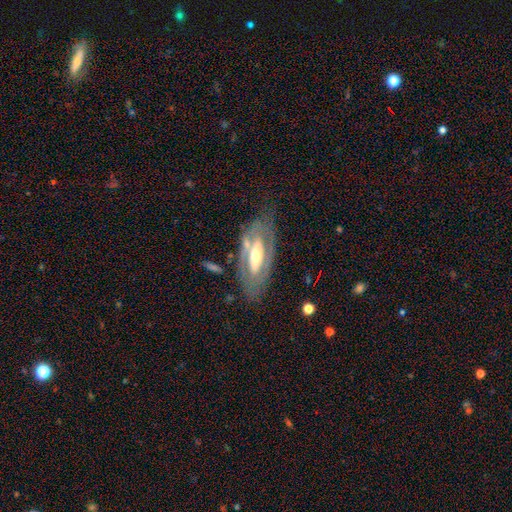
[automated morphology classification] A featured or disk galaxy (74%) with no bar (44%), no spiral arms (53%) and a moderate central bulge (58%). Merging: none (68%).